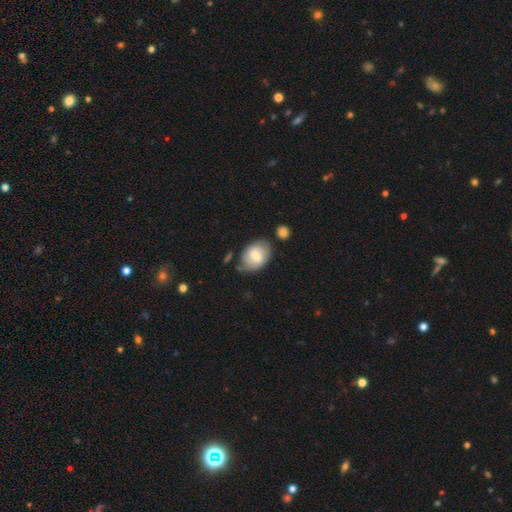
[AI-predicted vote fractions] The model was most divided on "smooth or featured": smooth: 64%, featured or disk: 30%, star or artifact: 6%. More confident: how rounded — in between (73%); merging — none (64%).